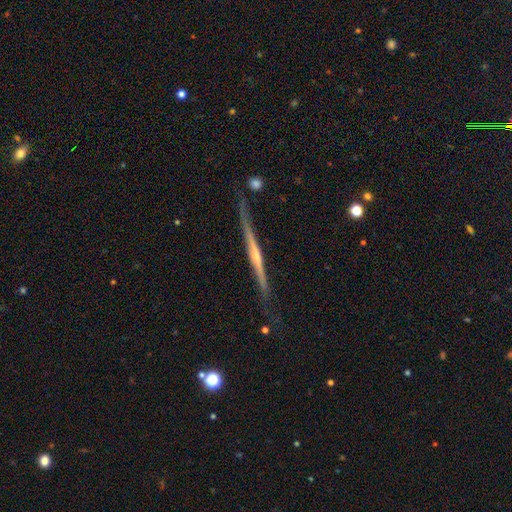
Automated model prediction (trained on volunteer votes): A featured or disk galaxy (81%) viewed edge-on (98%) with a rounded central bulge (60%).

Vote fractions:
- Smooth or featured? featured or disk: 81% / smooth: 13% / star or artifact: 6%
- Edge-on disk? yes: 98% / no: 2%
- Edge-on bulge? rounded: 60% / none: 30% / boxy: 9%
- Merging? none: 78% / minor disturbance: 15% / major disturbance: 4% / merger: 3%